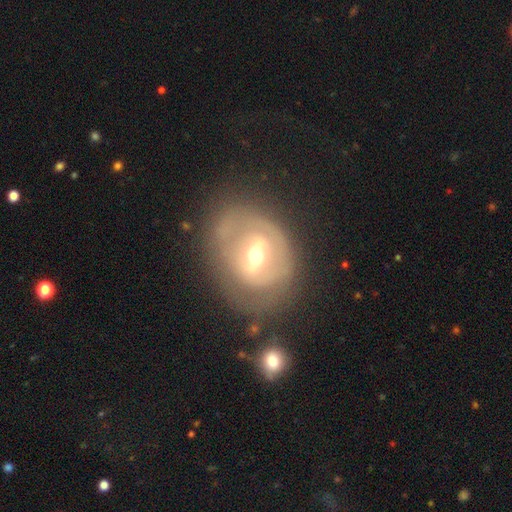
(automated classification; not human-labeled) This appears to be a featured or disk galaxy (71%) with a weak bar (47%), spiral arms (51%) and a moderate central bulge (64%). Merging: none (63%).